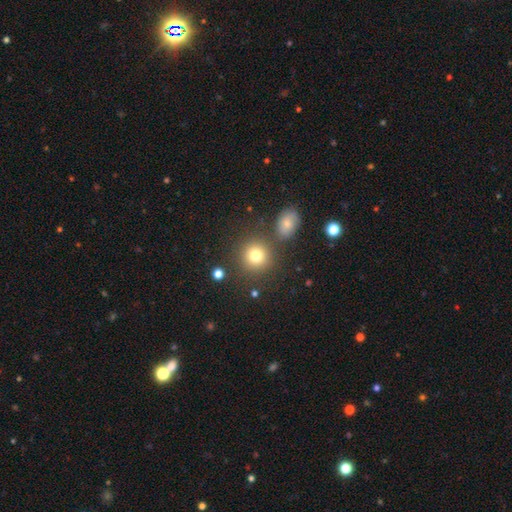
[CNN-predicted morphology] Smooth or featured: smooth — 78% (star or artifact — 14%)
How rounded: round — 91% (in between — 8%)
Merging: none — 80% (merger — 8%)